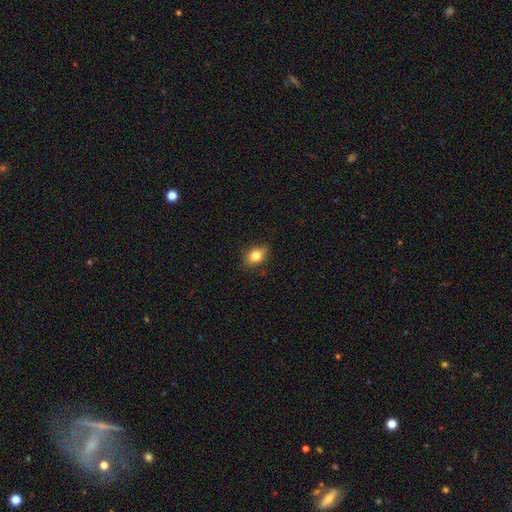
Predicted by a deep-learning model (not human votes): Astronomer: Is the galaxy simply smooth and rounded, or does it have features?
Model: smooth — 77%.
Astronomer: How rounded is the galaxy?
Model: in between — 69%.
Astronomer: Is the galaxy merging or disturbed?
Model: none — 80%.